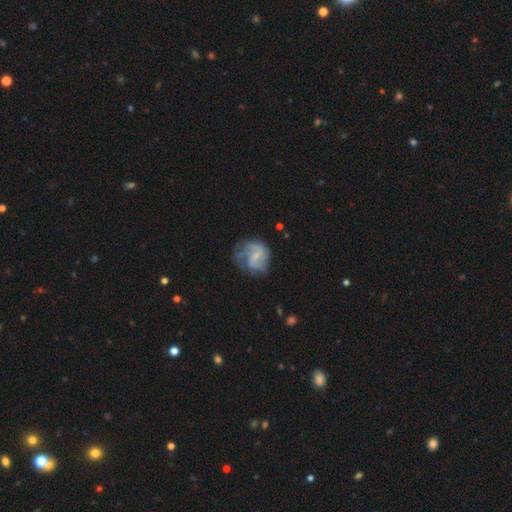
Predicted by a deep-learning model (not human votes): smooth_or_featured: featured or disk (p=0.64) [alt: smooth p=0.27]
disk_edge_on: no (p=0.98) [alt: yes p=0.02]
bar: weak (p=0.47) [alt: no p=0.38]
has_spiral_arms: yes (p=0.74) [alt: no p=0.26]
bulge_size: small (p=0.42) [alt: none p=0.40]
merging: none (p=0.49) [alt: major disturbance p=0.24]